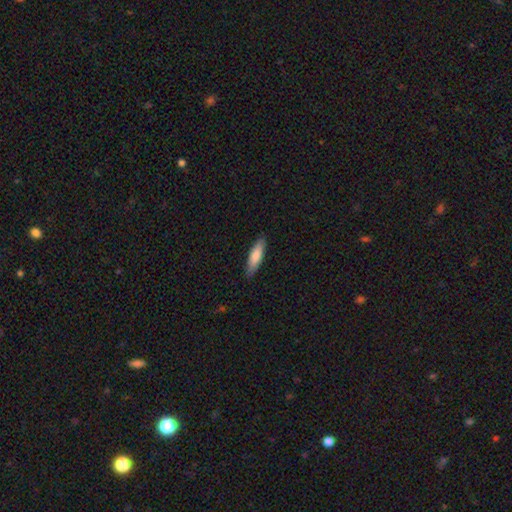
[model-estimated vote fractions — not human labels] This is likely a smooth galaxy (79%). How rounded: likely cigar-shaped (65%). Merging: clearly none (87%).